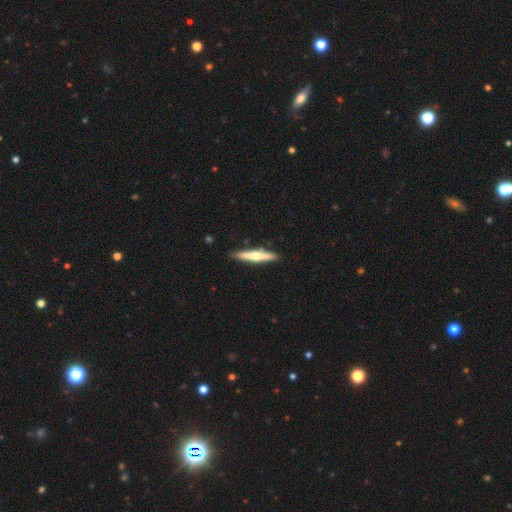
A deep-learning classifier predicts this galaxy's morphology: Smooth or featured: featured or disk — 59% (smooth — 36%)
Edge-on disk: yes — 97% (no — 3%)
Edge-on bulge: rounded — 89% (none — 7%)
Merging: none — 89% (minor disturbance — 8%)